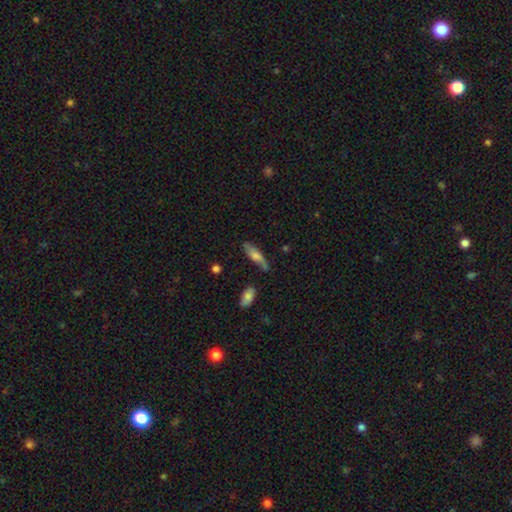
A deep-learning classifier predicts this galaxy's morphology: smooth-or-featured: smooth: 61% | featured or disk: 32% | star or artifact: 7%
  how-rounded: cigar-shaped: 54% | in between: 44% | round: 2%
  merging: none: 68% | minor disturbance: 23% | major disturbance: 6% | merger: 4%